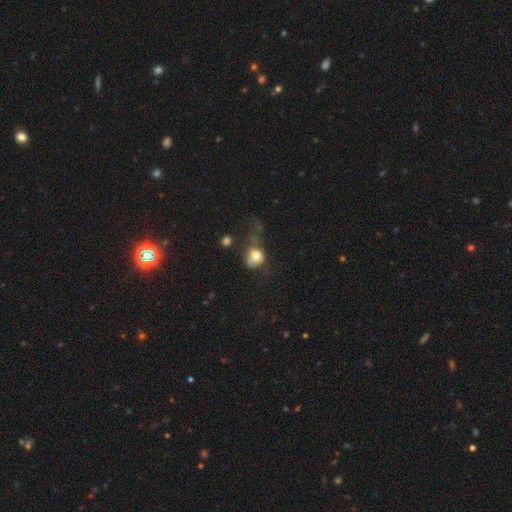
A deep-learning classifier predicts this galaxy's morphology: The model was most divided on "how rounded": round: 61%, in between: 37%, cigar-shaped: 2%. More confident: smooth or featured — smooth (71%); merging — major disturbance (53%).